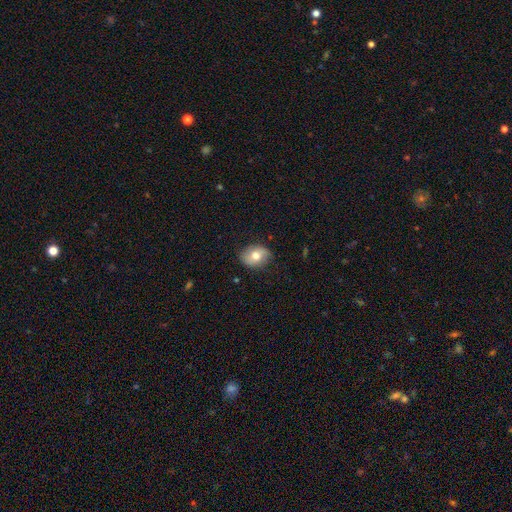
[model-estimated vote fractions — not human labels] This is likely a smooth galaxy (69%). How rounded: likely in between (64%). Merging: clearly none (81%).